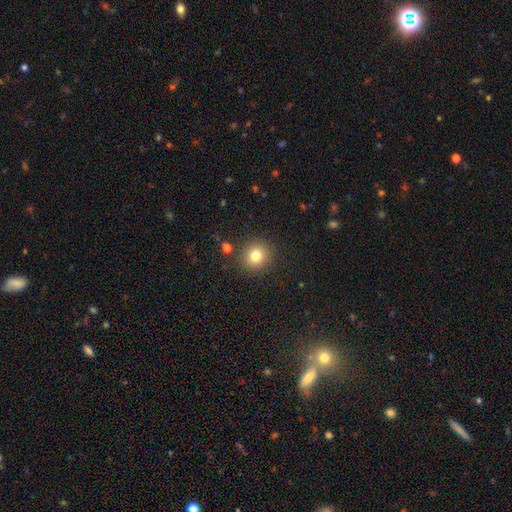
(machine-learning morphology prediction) Smooth or featured?
  - smooth: 80% *
  - star or artifact: 12%
  - featured or disk: 8%
How rounded?
  - round: 88% *
  - in between: 11%
  - cigar-shaped: 1%
Merging?
  - none: 88% *
  - minor disturbance: 7%
  - merger: 3%
  - major disturbance: 3%